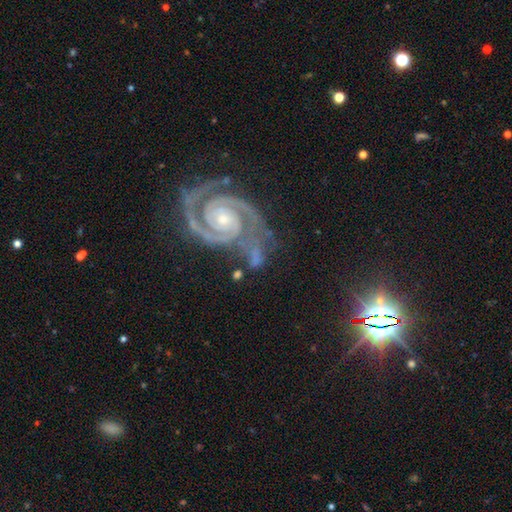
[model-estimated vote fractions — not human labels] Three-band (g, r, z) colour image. It shows a featured or disk galaxy (85%) with no bar (64%), 2 (86%) tight (67%) spiral arms (97%) and a small central bulge (49%). Merging: none (49%).